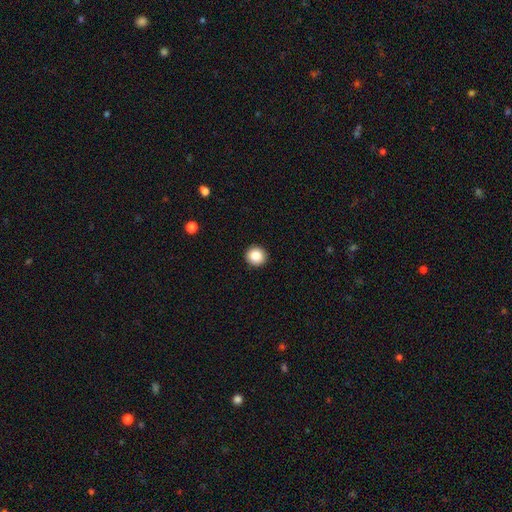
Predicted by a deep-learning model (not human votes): Overall: smooth (88%). How rounded: round (93%). Merging: none (92%).